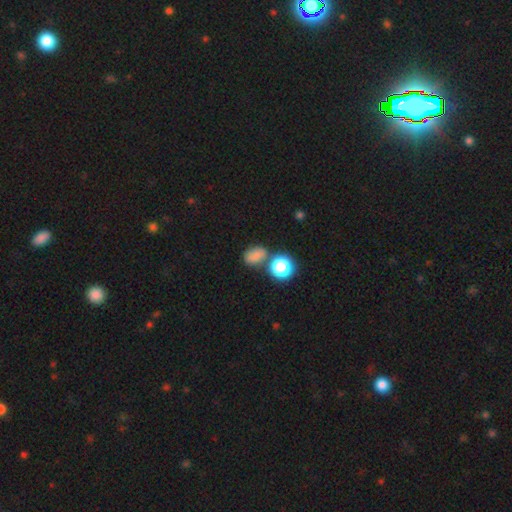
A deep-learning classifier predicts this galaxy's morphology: smooth 79%, star or artifact 14%, featured or disk 7%. Down the decision tree: how rounded — in between (64%); merging — none (53%).